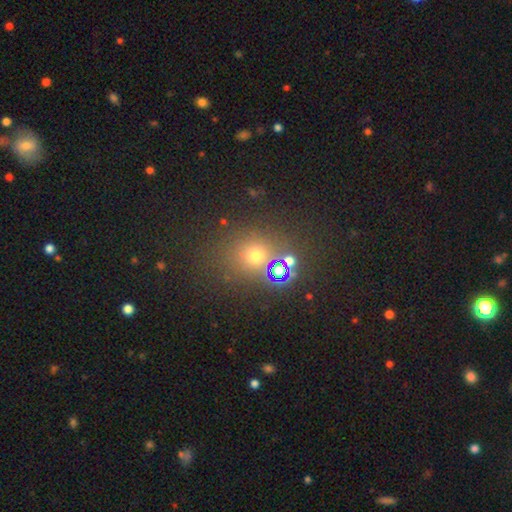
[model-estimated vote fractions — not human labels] smooth-or-featured: smooth: 58% | star or artifact: 33% | featured or disk: 9%
  how-rounded: round: 80% | in between: 19% | cigar-shaped: 1%
  merging: none: 73% | minor disturbance: 11% | merger: 10% | major disturbance: 6%